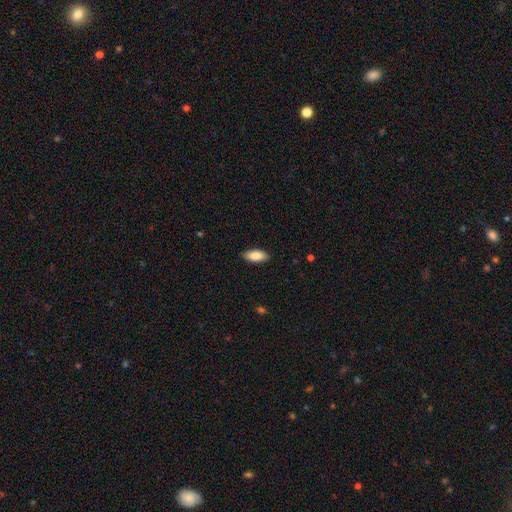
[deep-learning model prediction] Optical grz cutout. It shows a smooth galaxy with no disk features (85%) that is in between round and cigar-shaped (88%). Merging: none (88%).